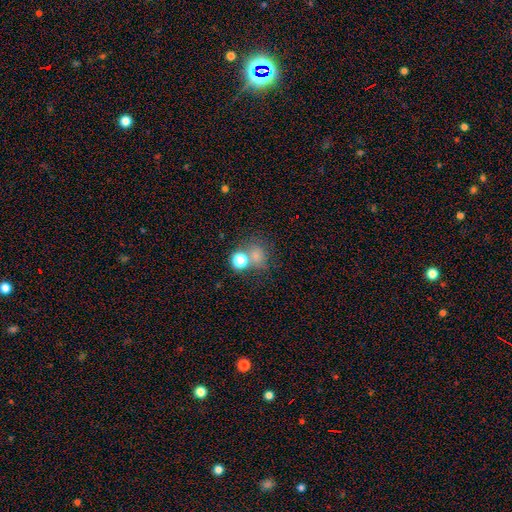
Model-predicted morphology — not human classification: type=smooth (70%); roundness=round (77%); merging=none (54%).